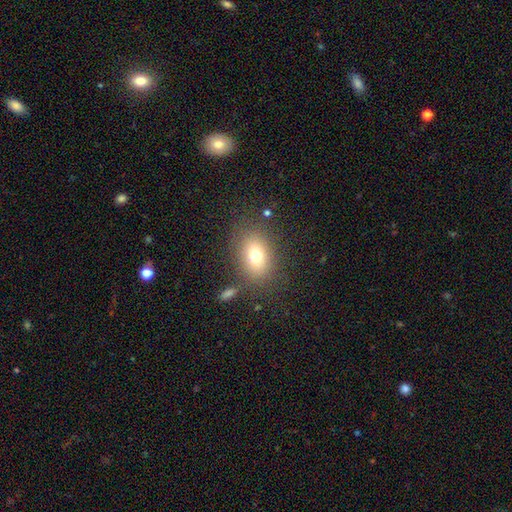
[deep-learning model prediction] Overall: smooth (74%). How rounded: in between (77%). Merging: none (78%).